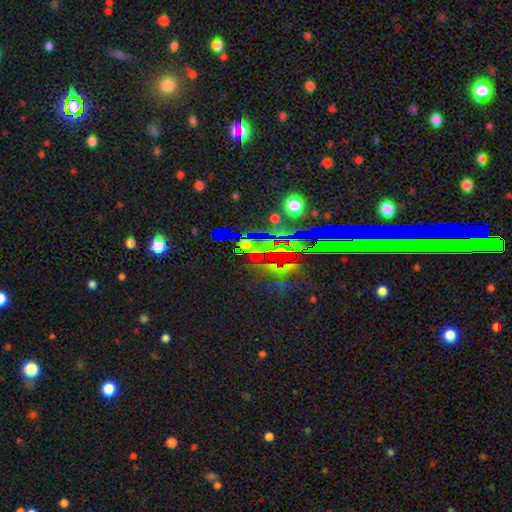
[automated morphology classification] A star or artifact, not a galaxy (77%).